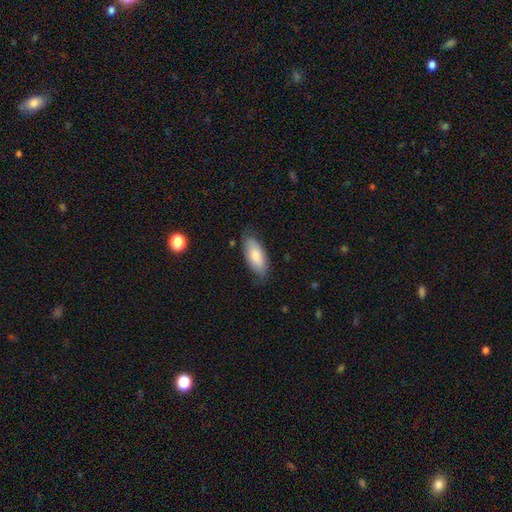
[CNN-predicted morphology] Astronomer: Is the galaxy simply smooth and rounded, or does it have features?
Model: smooth — 79%.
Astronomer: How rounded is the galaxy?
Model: in between — 87%.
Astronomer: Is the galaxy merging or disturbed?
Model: none — 73%.